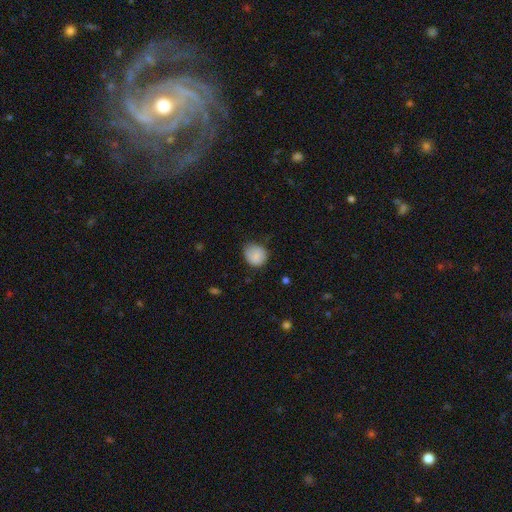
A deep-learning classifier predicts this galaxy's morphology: This is clearly a smooth galaxy (84%). How rounded: likely round (73%). Merging: possibly none (60%).